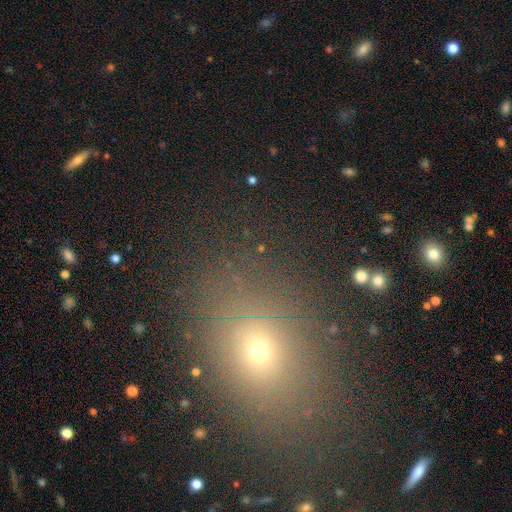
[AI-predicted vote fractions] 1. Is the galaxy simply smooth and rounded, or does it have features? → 61% smooth, 29% star or artifact, 10% featured or disk.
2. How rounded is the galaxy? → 61% in between, 36% round, 3% cigar-shaped.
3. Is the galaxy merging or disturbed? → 84% none, 9% minor disturbance, 4% major disturbance, 3% merger.